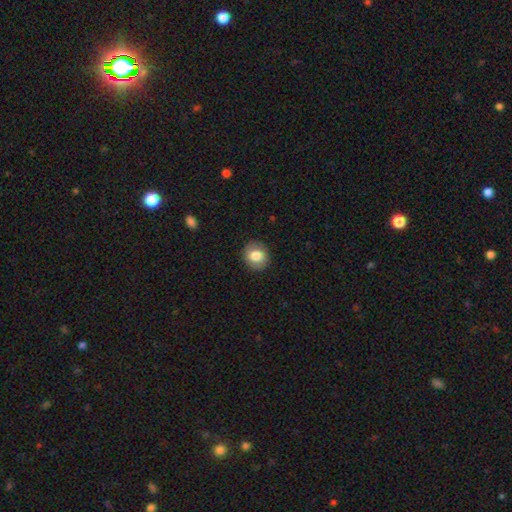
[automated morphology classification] A smooth galaxy with no disk features (80%) that is round (75%). Merging: none (88%).